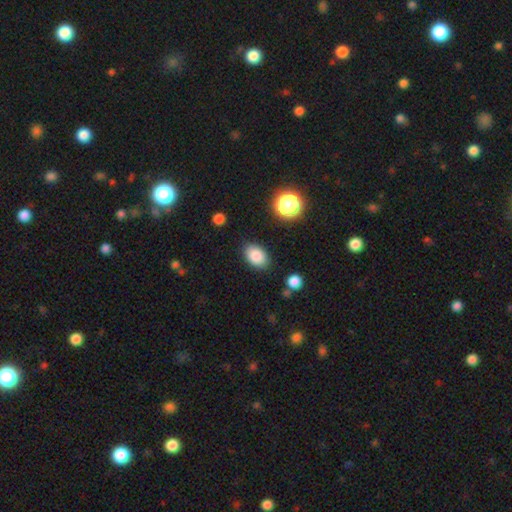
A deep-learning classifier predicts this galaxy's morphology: smooth 85%, star or artifact 9%, featured or disk 6%. Down the decision tree: how rounded — in between (85%); merging — none (85%).